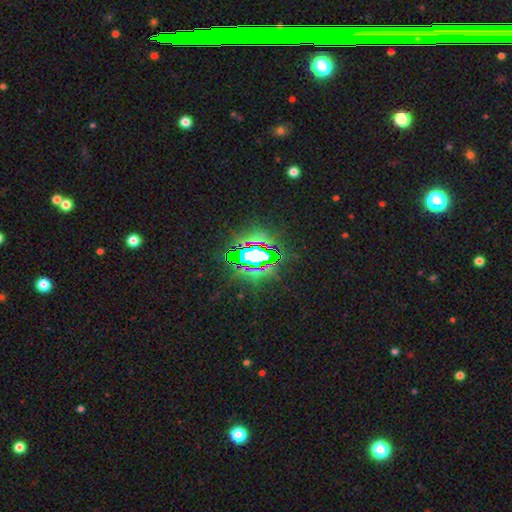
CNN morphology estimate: The model was most divided on "smooth or featured": star or artifact: 76%, smooth: 13%, featured or disk: 11%.